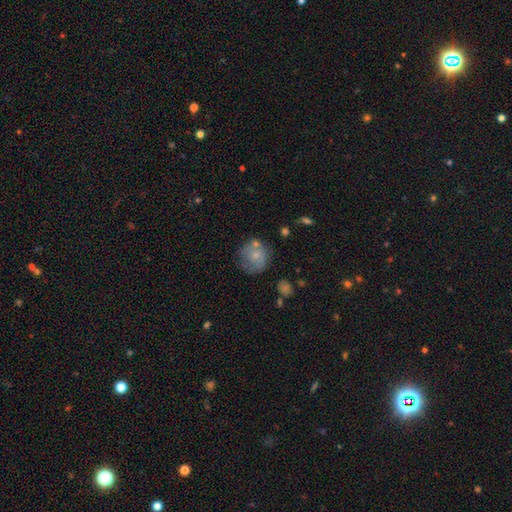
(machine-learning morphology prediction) Smooth or featured: smooth — 65% (featured or disk — 27%)
How rounded: round — 85% (in between — 14%)
Merging: none — 58% (minor disturbance — 23%)